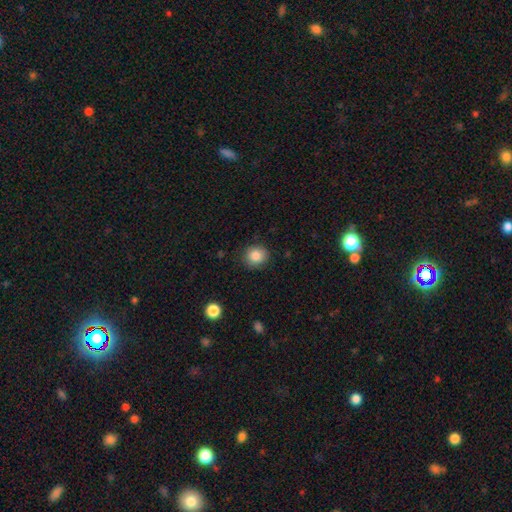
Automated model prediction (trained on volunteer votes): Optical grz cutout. It shows a smooth galaxy with no disk features (85%) that is round (85%). Merging: none (87%).